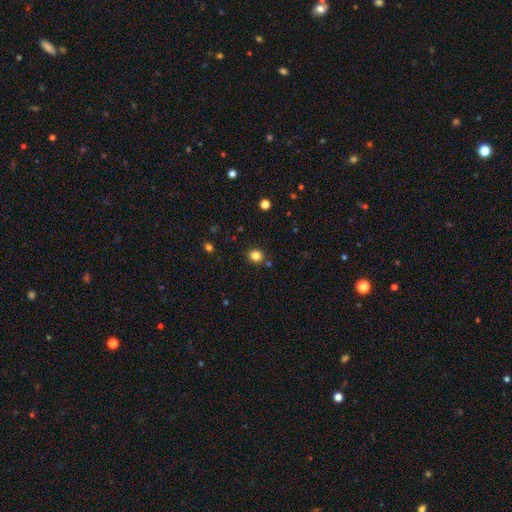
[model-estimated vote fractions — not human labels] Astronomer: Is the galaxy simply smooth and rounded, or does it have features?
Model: smooth — 83%.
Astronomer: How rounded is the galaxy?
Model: round — 82%.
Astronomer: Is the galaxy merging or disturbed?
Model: none — 86%.